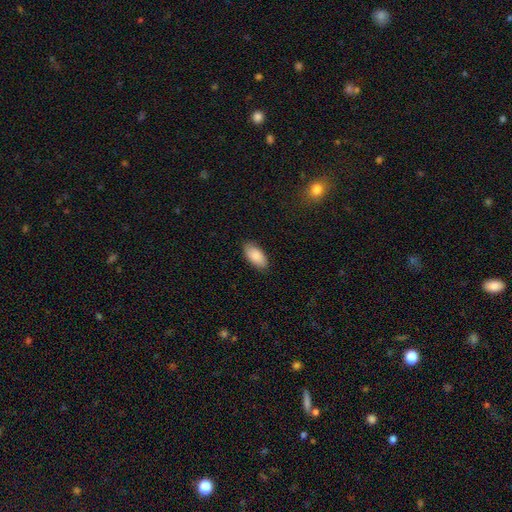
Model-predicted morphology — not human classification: Overall: smooth (88%). How rounded: in between (93%). Merging: none (87%).